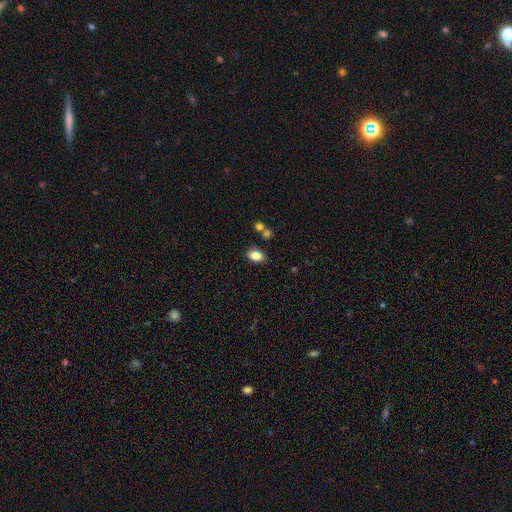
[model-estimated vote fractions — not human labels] A smooth galaxy with no disk features (84%) that is in between round and cigar-shaped (80%).

Vote fractions:
- Smooth or featured? smooth: 84% / star or artifact: 9% / featured or disk: 7%
- How rounded? in between: 80% / round: 19% / cigar-shaped: 1%
- Merging? none: 80% / minor disturbance: 11% / merger: 6% / major disturbance: 3%